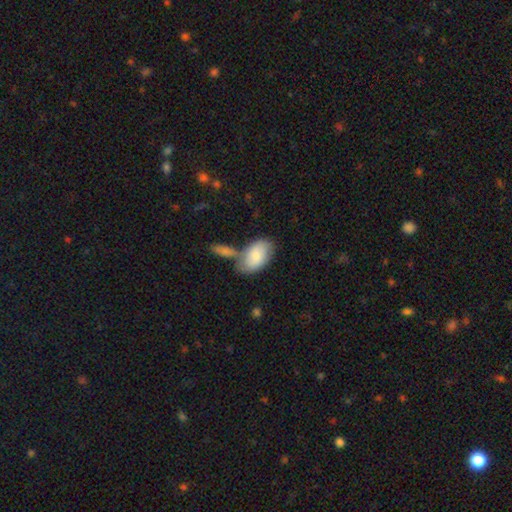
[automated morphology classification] Q: Smooth or featured?
A: smooth (75%); runner-up: featured or disk (19%)
Q: How rounded?
A: in between (93%); runner-up: round (5%)
Q: Merging?
A: none (47%); runner-up: merger (33%)